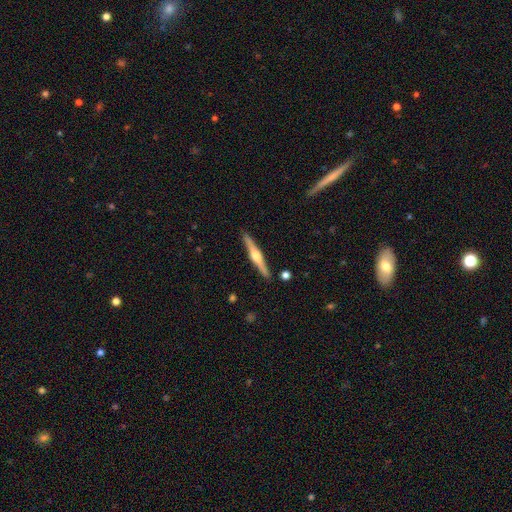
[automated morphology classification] smooth_or_featured: featured or disk (p=0.74) [alt: smooth p=0.21]
disk_edge_on: yes (p=0.98) [alt: no p=0.02]
edge_on_bulge: rounded (p=0.92) [alt: boxy p=0.05]
merging: none (p=0.91) [alt: minor disturbance p=0.06]